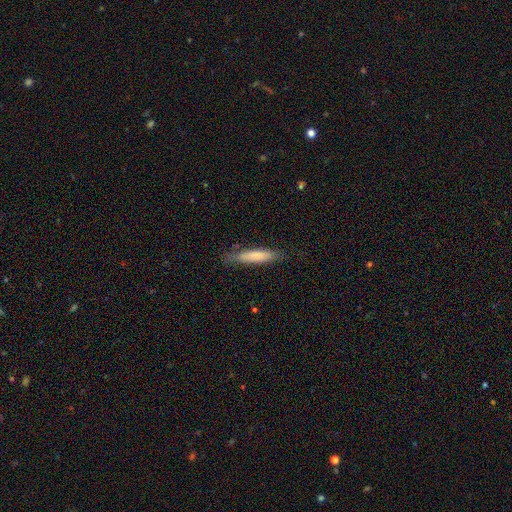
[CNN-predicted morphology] Smooth or featured? smooth (75%)
How rounded? cigar-shaped (86%)
Merging? none (79%)